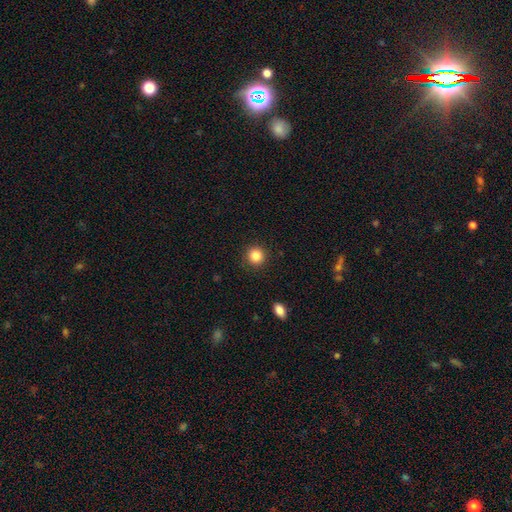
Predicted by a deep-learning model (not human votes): This is clearly a smooth galaxy (85%). How rounded: clearly round (93%). Merging: clearly none (90%).